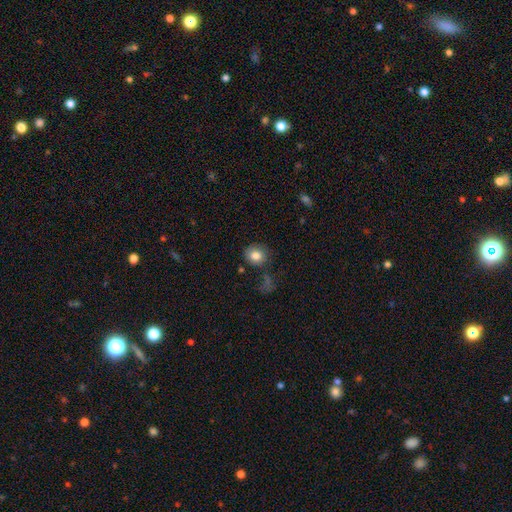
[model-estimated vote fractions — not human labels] A smooth galaxy with no disk features (82%) that is round (78%).

Vote fractions:
- Smooth or featured? smooth: 82% / star or artifact: 10% / featured or disk: 8%
- How rounded? round: 78% / in between: 21% / cigar-shaped: 1%
- Merging? none: 78% / minor disturbance: 14% / major disturbance: 5% / merger: 4%